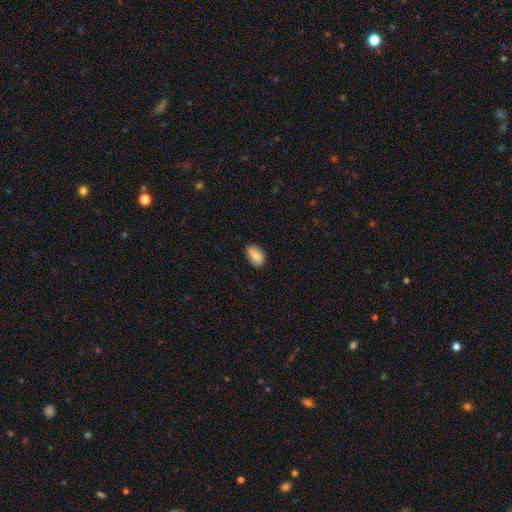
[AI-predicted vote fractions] A smooth galaxy with no disk features (85%) that is in between round and cigar-shaped (91%).

Vote fractions:
- Smooth or featured? smooth: 85% / featured or disk: 8% / star or artifact: 7%
- How rounded? in between: 91% / round: 7% / cigar-shaped: 2%
- Merging? none: 80% / minor disturbance: 16% / major disturbance: 3% / merger: 1%